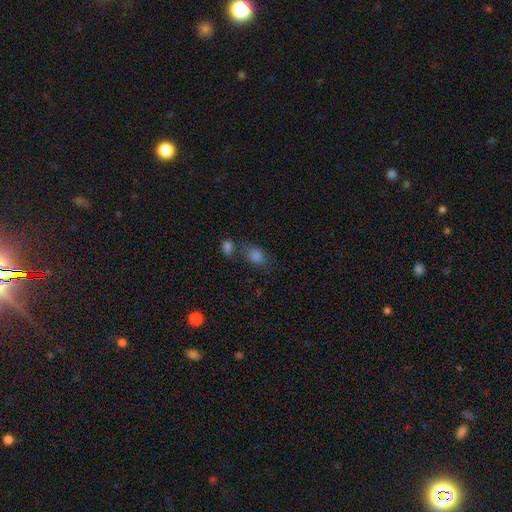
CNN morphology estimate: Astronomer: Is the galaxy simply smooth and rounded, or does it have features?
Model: smooth — 73%.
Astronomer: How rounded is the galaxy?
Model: in between — 73%.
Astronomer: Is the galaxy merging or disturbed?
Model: none — 58%.